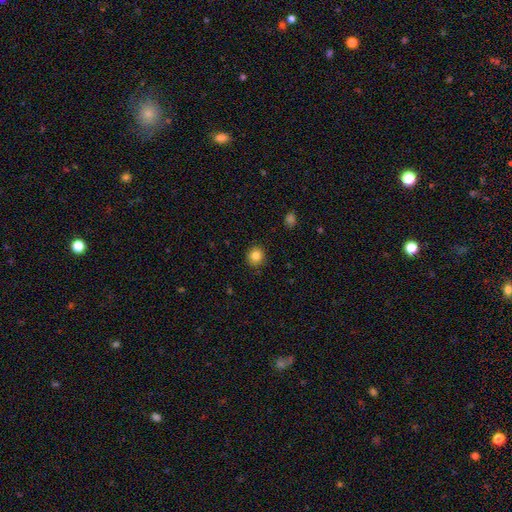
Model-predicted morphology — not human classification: A smooth galaxy with no disk features (83%) that is round (87%). Merging: none (90%).